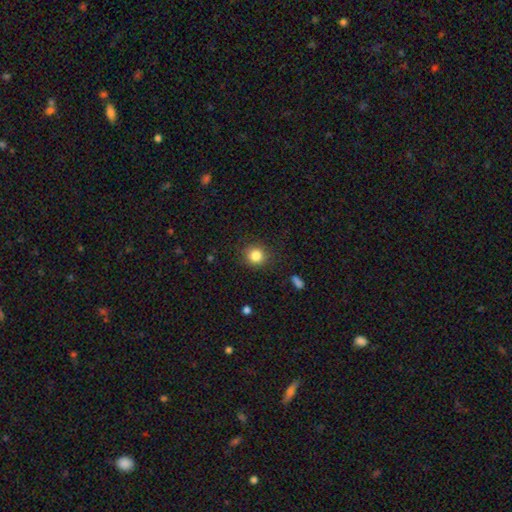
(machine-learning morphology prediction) Overall: smooth (84%). How rounded: round (88%). Merging: none (87%).